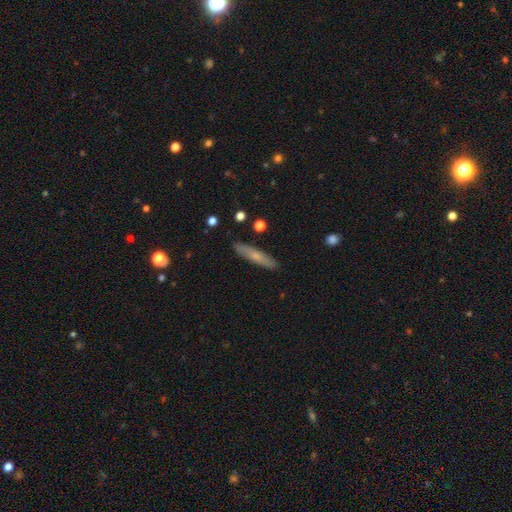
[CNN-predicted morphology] Smooth or featured? Predicted: smooth (p=0.59). How rounded? Predicted: cigar-shaped (p=0.88). Merging? Predicted: none (p=0.89).